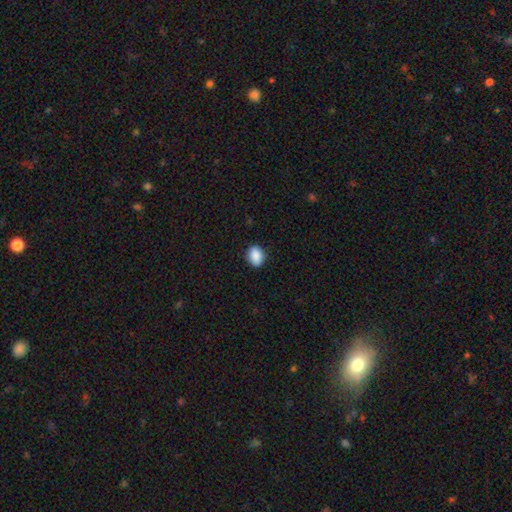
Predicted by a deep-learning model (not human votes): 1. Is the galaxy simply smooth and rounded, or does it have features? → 89% smooth, 8% star or artifact, 3% featured or disk.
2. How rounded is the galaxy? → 70% in between, 29% round, 1% cigar-shaped.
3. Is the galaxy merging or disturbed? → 88% none, 9% minor disturbance, 2% major disturbance, 1% merger.